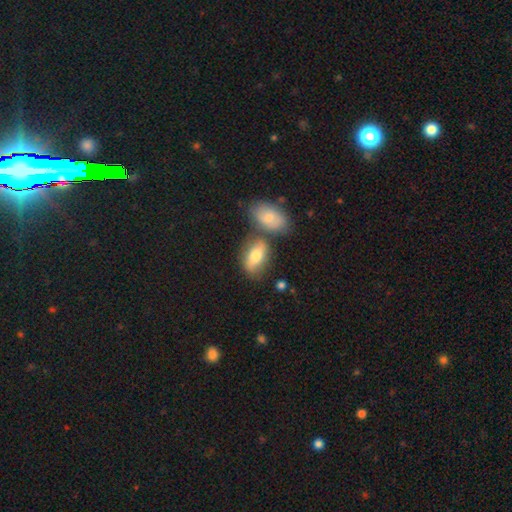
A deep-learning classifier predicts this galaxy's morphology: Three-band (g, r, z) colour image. It shows a smooth galaxy with no disk features (66%) that is in between round and cigar-shaped (87%). Merging: none (55%).